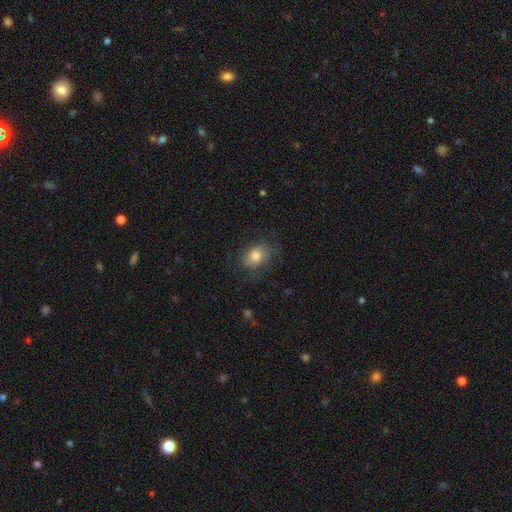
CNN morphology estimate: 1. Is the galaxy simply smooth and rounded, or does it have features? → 74% smooth, 17% featured or disk, 10% star or artifact.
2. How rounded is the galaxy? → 70% in between, 29% round, 1% cigar-shaped.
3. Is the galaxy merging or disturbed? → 72% none, 18% minor disturbance, 8% major disturbance, 1% merger.